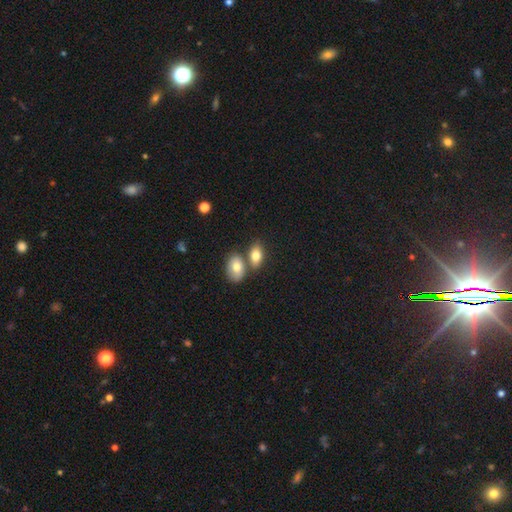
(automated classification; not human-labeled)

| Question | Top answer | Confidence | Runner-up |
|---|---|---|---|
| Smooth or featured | smooth | 78% | featured or disk (14%) |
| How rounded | in between | 88% | round (9%) |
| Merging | none | 51% | merger (37%) |